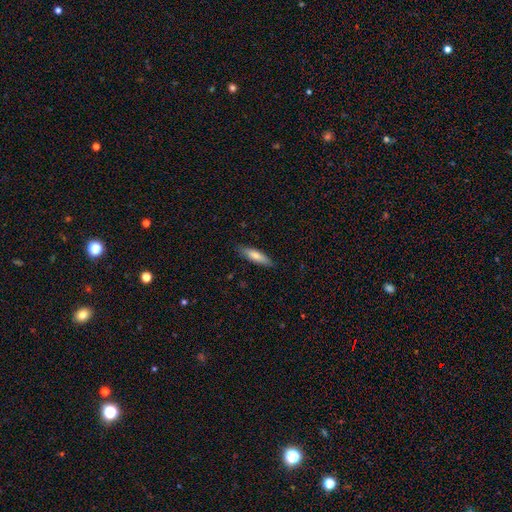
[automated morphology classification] Smooth or featured? smooth (74%)
How rounded? cigar-shaped (66%)
Merging? none (86%)